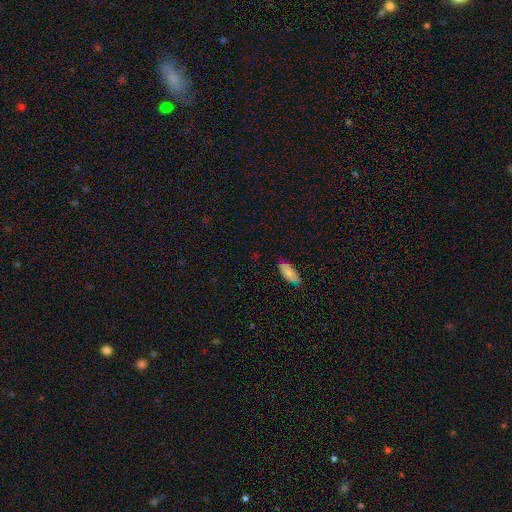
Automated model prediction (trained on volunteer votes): The model was most divided on "smooth or featured": smooth: 63%, star or artifact: 21%, featured or disk: 15%. More confident: merging — none (78%); how rounded — in between (77%).